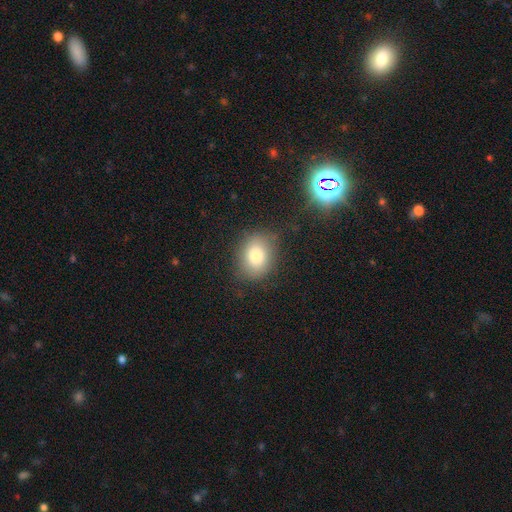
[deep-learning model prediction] Q: Smooth or featured?
A: smooth (79%); runner-up: star or artifact (11%)
Q: How rounded?
A: in between (51%); runner-up: round (48%)
Q: Merging?
A: none (80%); runner-up: minor disturbance (14%)